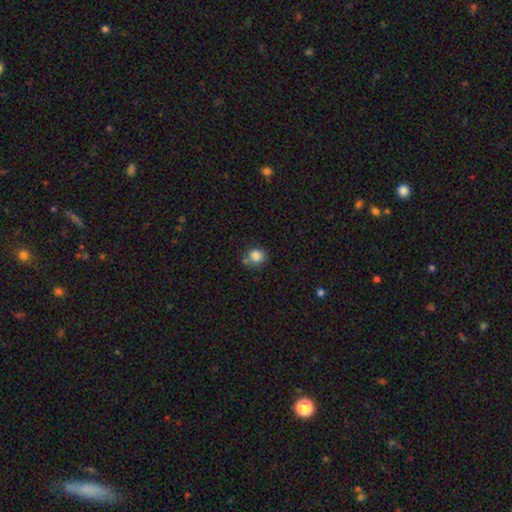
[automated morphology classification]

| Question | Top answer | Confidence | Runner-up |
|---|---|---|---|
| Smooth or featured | smooth | 84% | star or artifact (10%) |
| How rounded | round | 81% | in between (18%) |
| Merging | none | 61% | minor disturbance (17%) |